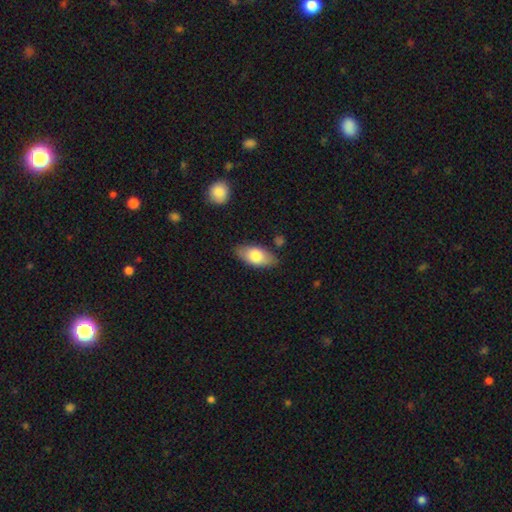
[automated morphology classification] smooth-or-featured: smooth: 75% | featured or disk: 19% | star or artifact: 6%
  how-rounded: in between: 90% | cigar-shaped: 7% | round: 3%
  merging: none: 81% | minor disturbance: 14% | major disturbance: 3% | merger: 2%